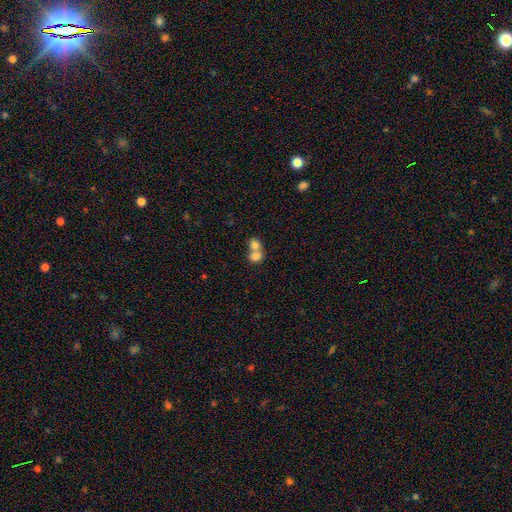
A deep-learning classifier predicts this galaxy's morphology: Smooth or featured? Predicted: smooth (p=0.77). How rounded? Predicted: round (p=0.63). Merging? Predicted: merger (p=0.72).